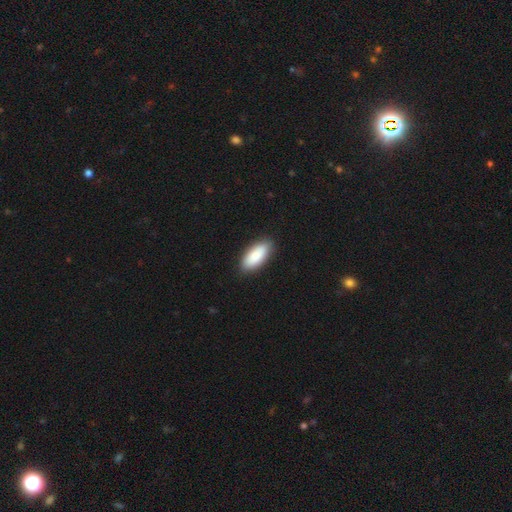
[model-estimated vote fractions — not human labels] Smooth or featured?
  - smooth: 88% *
  - featured or disk: 7%
  - star or artifact: 5%
How rounded?
  - in between: 86% *
  - cigar-shaped: 12%
  - round: 2%
Merging?
  - none: 88% *
  - minor disturbance: 10%
  - major disturbance: 2%
  - merger: 1%